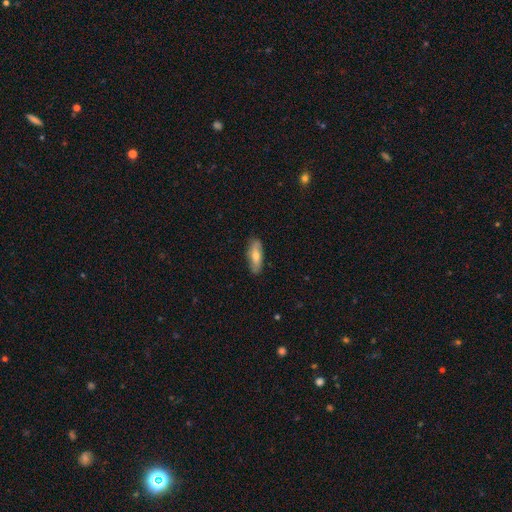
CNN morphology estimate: Smooth or featured? Predicted: smooth (p=0.62). How rounded? Predicted: in between (p=0.56). Merging? Predicted: none (p=0.84).